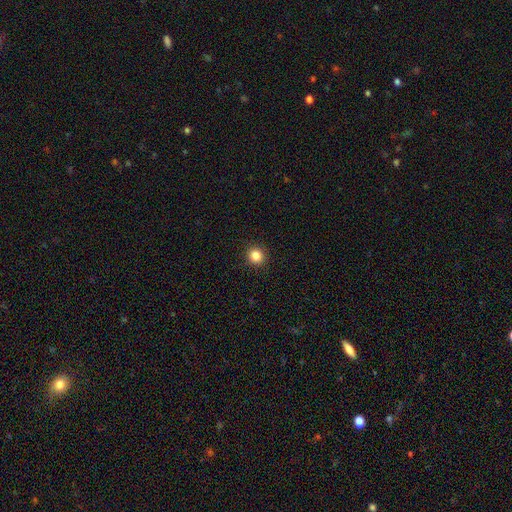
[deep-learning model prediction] smooth-or-featured: smooth: 84% | star or artifact: 12% | featured or disk: 4%
  how-rounded: round: 92% | in between: 8% | cigar-shaped: 1%
  merging: none: 92% | minor disturbance: 5% | major disturbance: 2% | merger: 1%